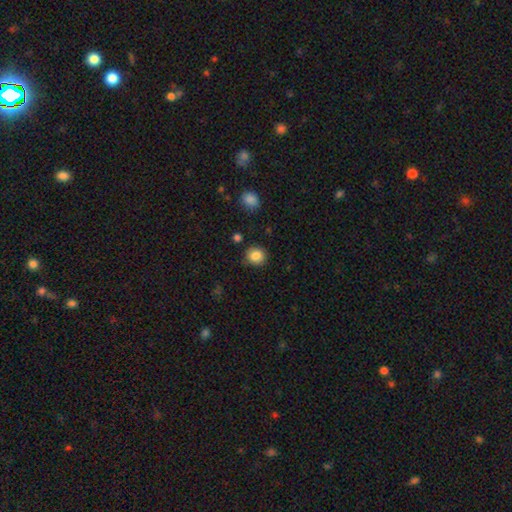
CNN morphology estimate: A smooth galaxy with no disk features (85%) that is round (89%).

Vote fractions:
- Smooth or featured? smooth: 85% / star or artifact: 10% / featured or disk: 6%
- How rounded? round: 89% / in between: 10% / cigar-shaped: 1%
- Merging? none: 86% / minor disturbance: 9% / major disturbance: 2% / merger: 2%